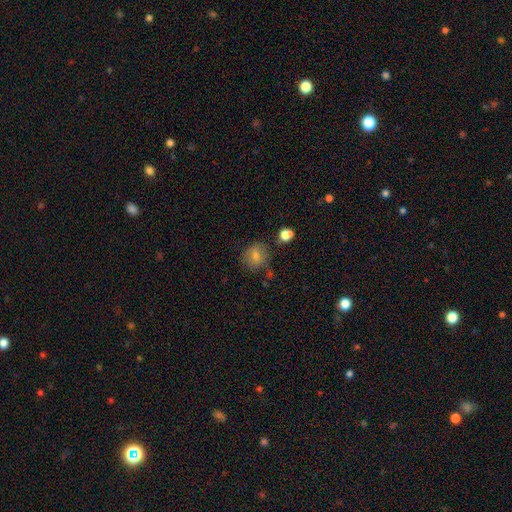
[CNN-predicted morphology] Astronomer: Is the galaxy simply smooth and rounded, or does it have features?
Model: smooth — 73%.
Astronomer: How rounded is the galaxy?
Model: round — 80%.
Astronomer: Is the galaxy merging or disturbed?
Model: none — 76%.